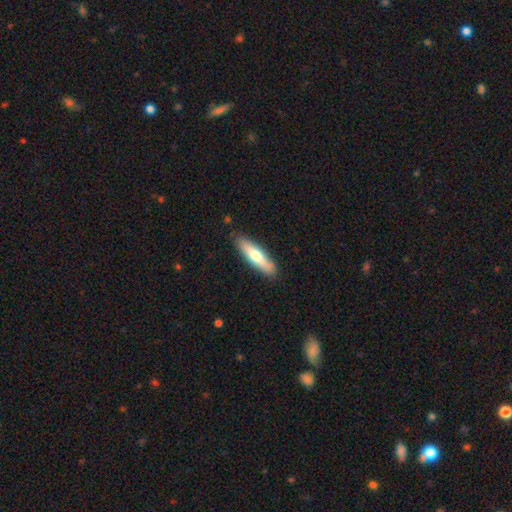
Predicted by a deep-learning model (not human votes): The model was most divided on "smooth or featured": smooth: 60%, featured or disk: 35%, star or artifact: 5%. More confident: merging — none (86%); how rounded — cigar-shaped (74%).